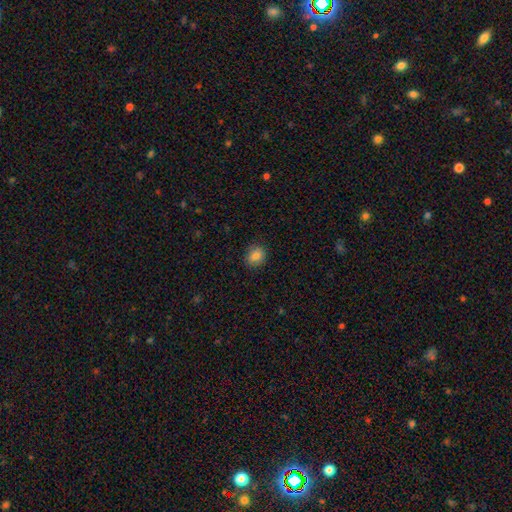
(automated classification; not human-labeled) Morphology: type=smooth (83%); roundness=round (67%); merging=none (86%).